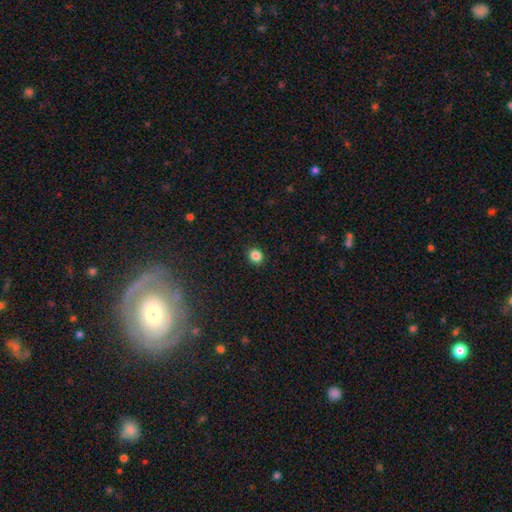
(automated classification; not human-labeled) This appears to be a smooth galaxy with no disk features (85%) that is round (73%). Merging: none (91%).